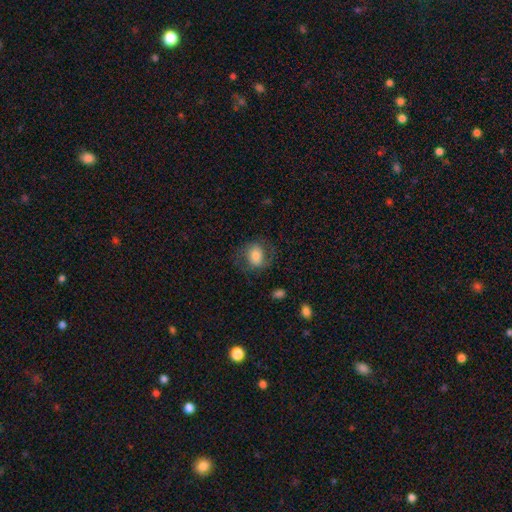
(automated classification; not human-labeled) Smooth or featured: smooth — 61% (featured or disk — 31%)
How rounded: round — 56% (in between — 43%)
Merging: none — 69% (minor disturbance — 17%)